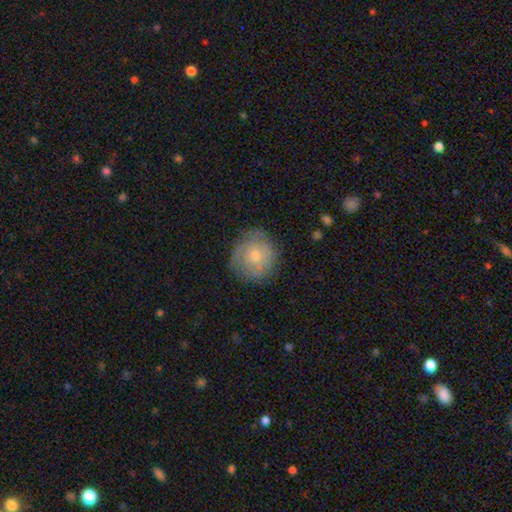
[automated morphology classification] Q: Smooth or featured?
A: smooth (54%); runner-up: featured or disk (38%)
Q: How rounded?
A: round (89%); runner-up: in between (10%)
Q: Merging?
A: none (74%); runner-up: minor disturbance (18%)